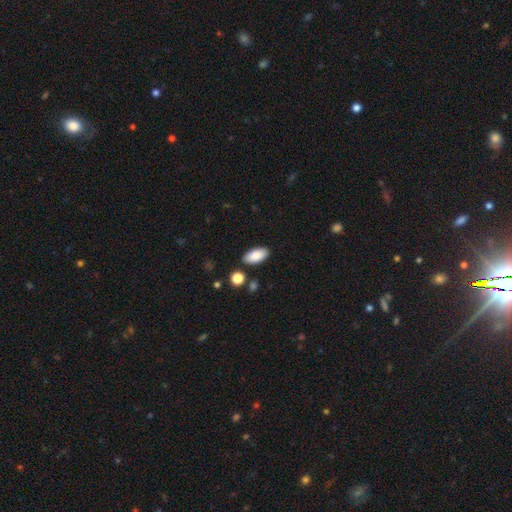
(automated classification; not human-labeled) smooth 87%, featured or disk 7%, star or artifact 7%. Down the decision tree: how rounded — in between (93%); merging — none (86%).